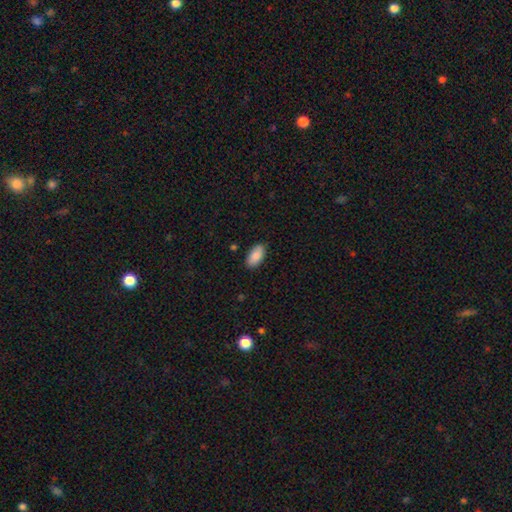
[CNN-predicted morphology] A smooth galaxy with no disk features (89%) that is in between round and cigar-shaped (93%). Merging: none (87%).